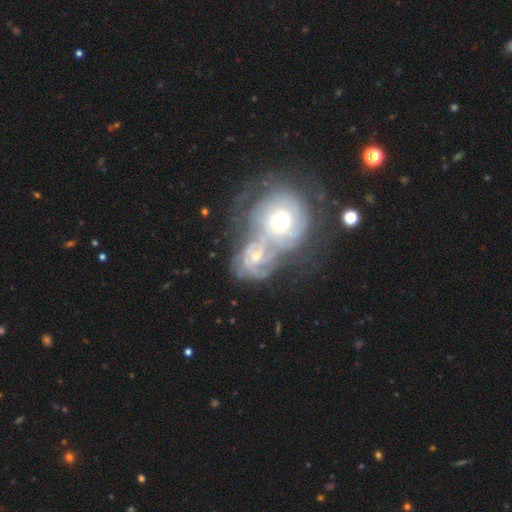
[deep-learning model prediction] A featured or disk galaxy (79%) with no bar (70%), tight (60%) spiral arms (90%) and a moderate central bulge (61%). Merging: merger (73%).